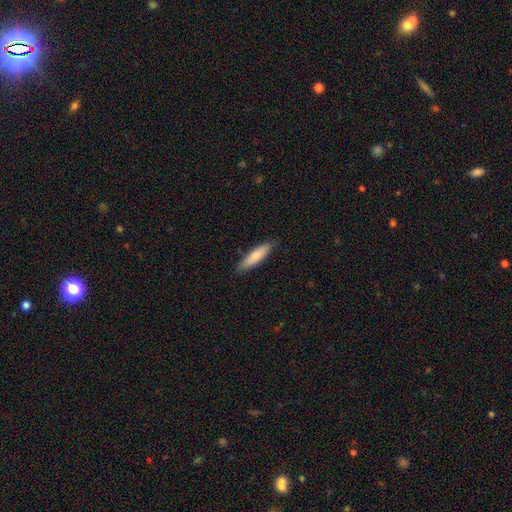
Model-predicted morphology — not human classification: Smooth or featured? smooth (81%)
How rounded? cigar-shaped (67%)
Merging? none (86%)